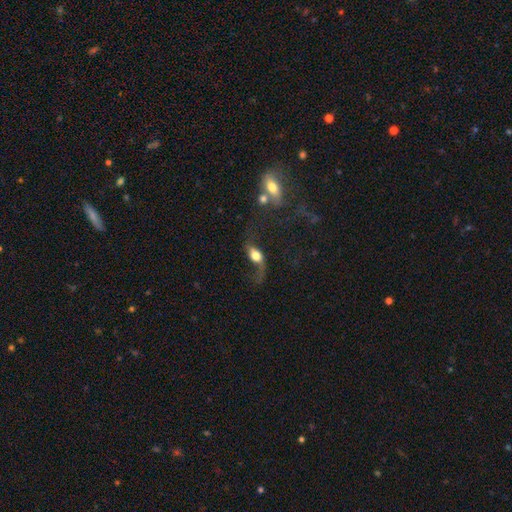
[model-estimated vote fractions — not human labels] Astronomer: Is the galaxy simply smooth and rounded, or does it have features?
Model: featured or disk — 49% (runner-up: smooth, 42%).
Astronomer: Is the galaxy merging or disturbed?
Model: major disturbance — 38% (runner-up: none, 37%).